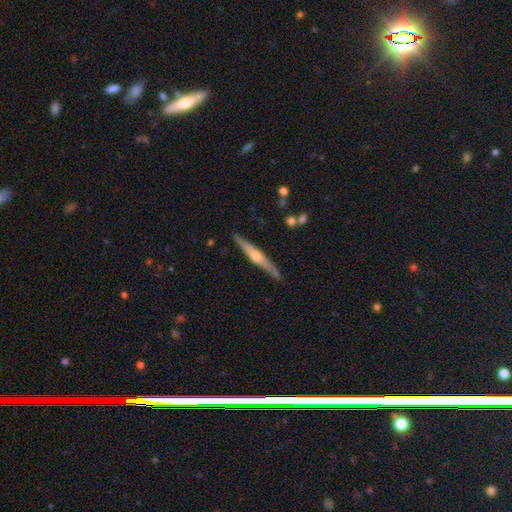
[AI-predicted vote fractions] This is likely a featured or disk galaxy (70%). It is clearly viewed edge-on (97%). Edge-on bulge: clearly rounded (83%). Merging: clearly none (87%).